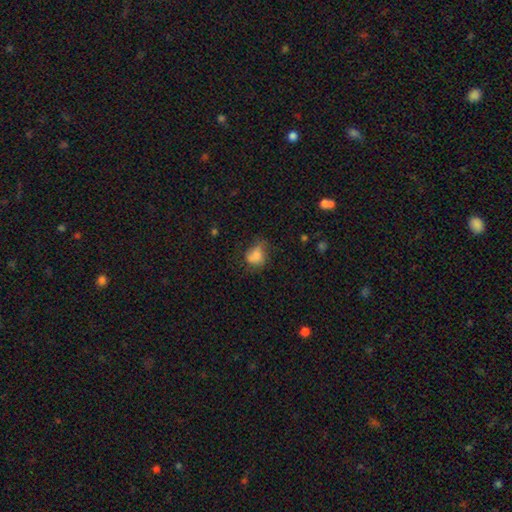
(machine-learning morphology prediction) smooth_or_featured: smooth (p=0.73) [alt: featured or disk p=0.16]
how_rounded: in between (p=0.57) [alt: round p=0.42]
merging: none (p=0.42) [alt: minor disturbance p=0.33]